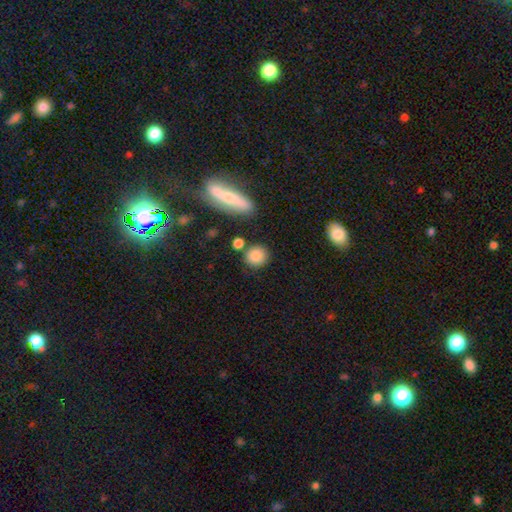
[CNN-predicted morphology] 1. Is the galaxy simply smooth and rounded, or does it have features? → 84% smooth, 9% star or artifact, 7% featured or disk.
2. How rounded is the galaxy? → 83% round, 15% in between, 2% cigar-shaped.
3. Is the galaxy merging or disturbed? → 76% none, 11% minor disturbance, 10% merger, 4% major disturbance.